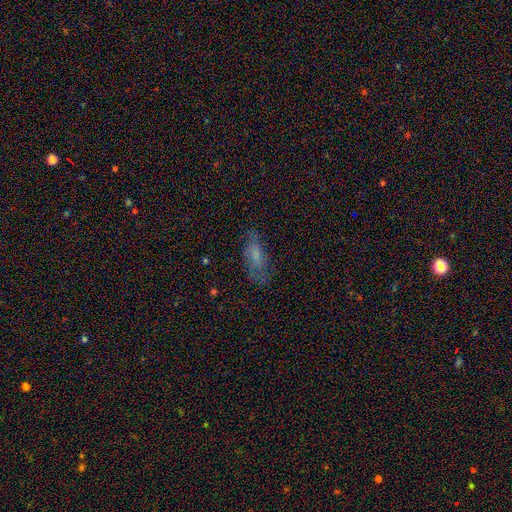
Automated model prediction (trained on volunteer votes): smooth_or_featured: smooth (p=0.53) [alt: featured or disk p=0.32]
how_rounded: in between (p=0.66) [alt: cigar-shaped p=0.31]
merging: none (p=0.62) [alt: minor disturbance p=0.23]